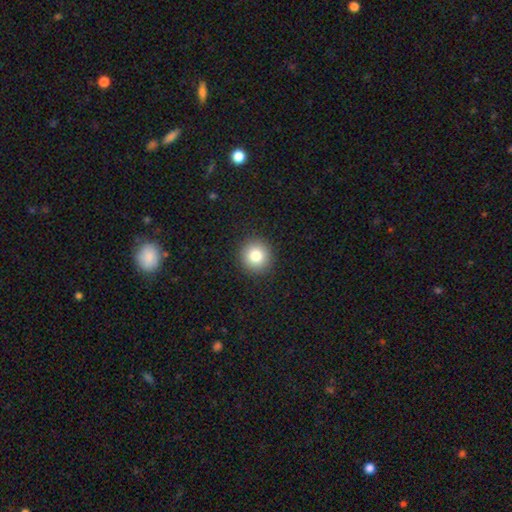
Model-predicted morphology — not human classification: smooth_or_featured: smooth (p=0.81) [alt: star or artifact p=0.11]
how_rounded: round (p=0.93) [alt: in between p=0.06]
merging: none (p=0.92) [alt: minor disturbance p=0.05]